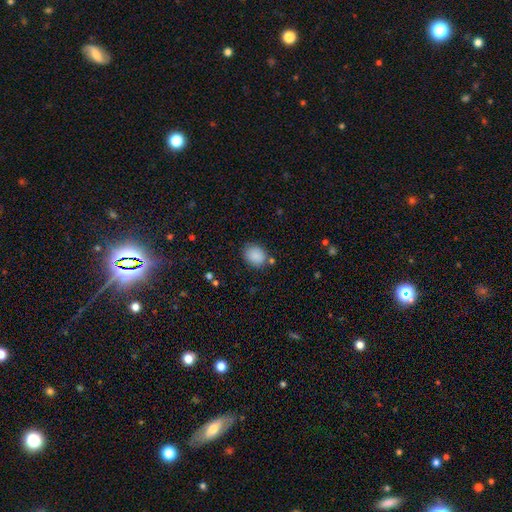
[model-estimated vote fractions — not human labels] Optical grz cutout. It shows a smooth galaxy with no disk features (88%) that is round (51%). Merging: none (77%).